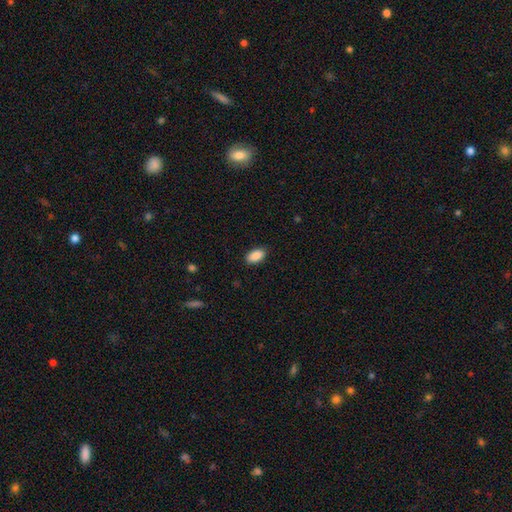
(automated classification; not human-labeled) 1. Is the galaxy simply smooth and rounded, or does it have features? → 90% smooth, 7% star or artifact, 3% featured or disk.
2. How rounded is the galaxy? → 93% in between, 3% round, 3% cigar-shaped.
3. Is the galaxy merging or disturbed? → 88% none, 9% minor disturbance, 2% major disturbance, 1% merger.